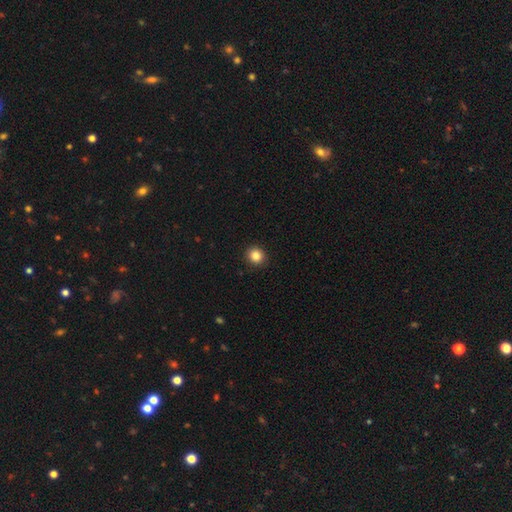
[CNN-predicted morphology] smooth-or-featured: smooth: 86% | star or artifact: 10% | featured or disk: 4%
  how-rounded: round: 89% | in between: 10% | cigar-shaped: 1%
  merging: none: 92% | minor disturbance: 5% | major disturbance: 2% | merger: 1%